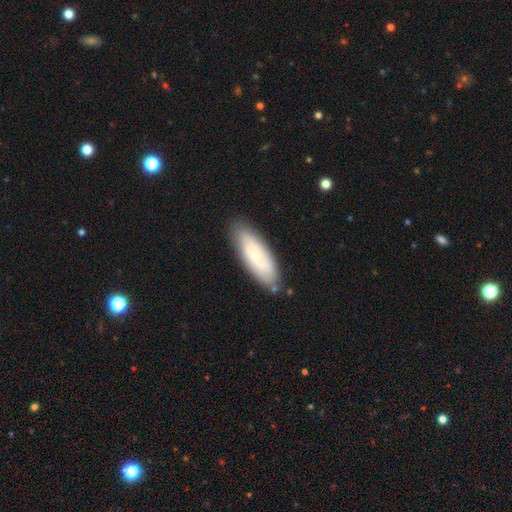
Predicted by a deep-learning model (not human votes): A smooth galaxy with no disk features (65%) that is in between round and cigar-shaped (58%).

Vote fractions:
- Smooth or featured? smooth: 65% / featured or disk: 27% / star or artifact: 7%
- How rounded? in between: 58% / cigar-shaped: 41% / round: 2%
- Merging? none: 81% / minor disturbance: 14% / major disturbance: 3% / merger: 2%